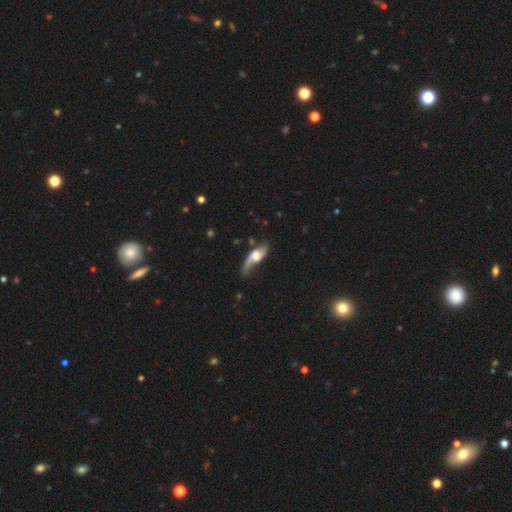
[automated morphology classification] smooth-or-featured: featured or disk: 74% | smooth: 20% | star or artifact: 6%
  disk-edge-on: no: 75% | yes: 25%
    bar: no: 56% | weak: 34% | strong: 11%
    has-spiral-arms: yes: 89% | no: 11%
    bulge-size: large: 38% (tied) | moderate: 38% (tied) | small: 12% | none: 7% | dominant: 5%
  merging: none: 59% | minor disturbance: 22% | major disturbance: 13% | merger: 5%